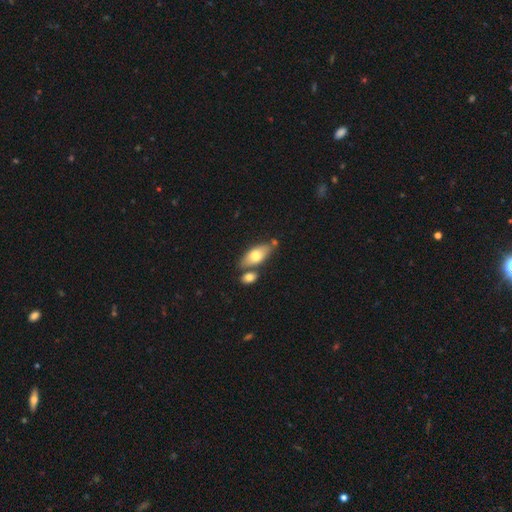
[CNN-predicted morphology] smooth 69%, featured or disk 25%, star or artifact 6%. Down the decision tree: how rounded — in between (83%); merging — none (61%).